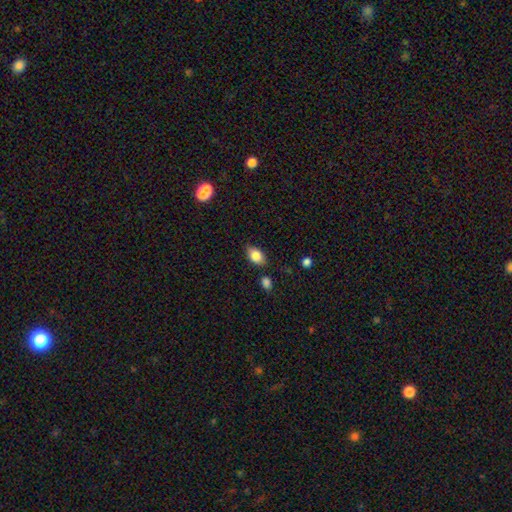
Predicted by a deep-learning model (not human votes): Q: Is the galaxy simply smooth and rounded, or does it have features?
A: smooth — 83%.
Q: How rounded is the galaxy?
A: in between — 85%.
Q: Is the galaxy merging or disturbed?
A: none — 77%.